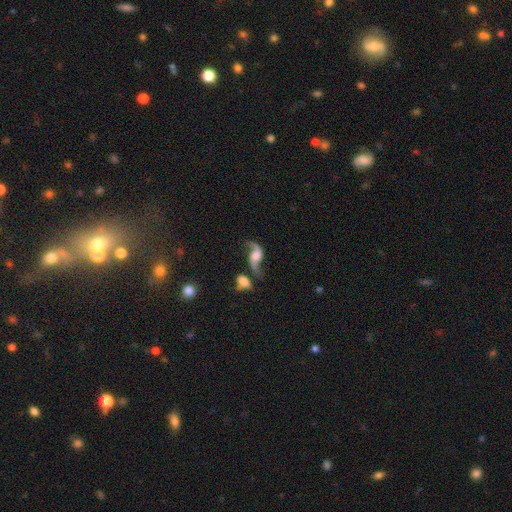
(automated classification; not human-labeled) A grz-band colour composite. It shows a featured or disk galaxy (83%) with no bar (58%), 2 (92%) loose (87%) spiral arms (95%) and a moderate central bulge (38%). Merging: none (50%).